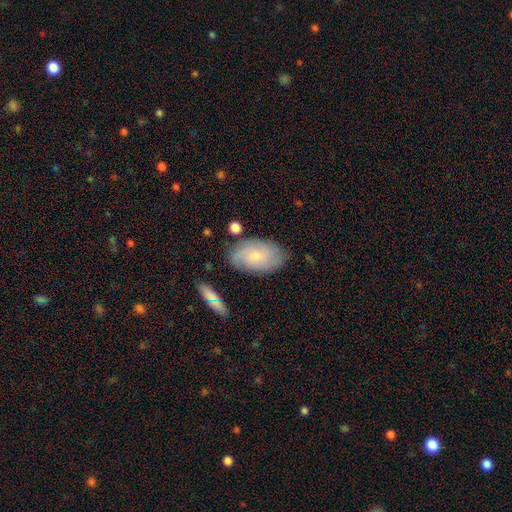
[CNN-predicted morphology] type=smooth (55%); roundness=in between (92%); merging=none (74%).